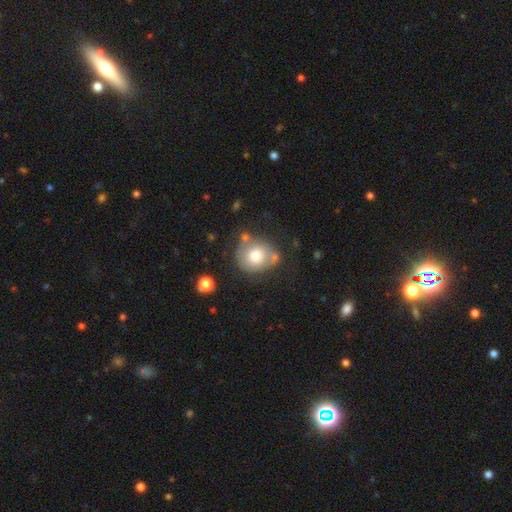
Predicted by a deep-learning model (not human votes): The model was most divided on "merging": none: 56%, minor disturbance: 22%, merger: 13%, major disturbance: 9%. More confident: how rounded — round (76%); smooth or featured — smooth (64%).